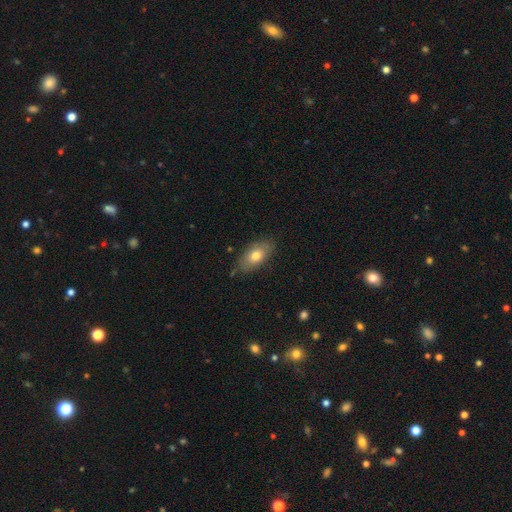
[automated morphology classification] Smooth or featured? smooth (73%)
How rounded? in between (90%)
Merging? none (79%)